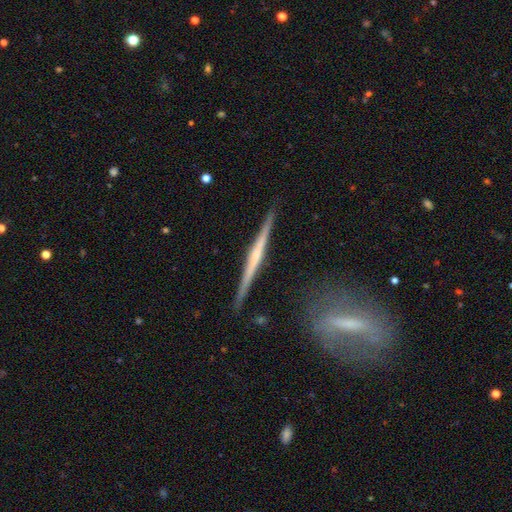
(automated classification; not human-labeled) Smooth or featured? Predicted: featured or disk (p=0.71). Edge-on disk? Predicted: yes (p=0.98). Edge-on bulge? Predicted: none (p=0.54). Merging? Predicted: none (p=0.88).